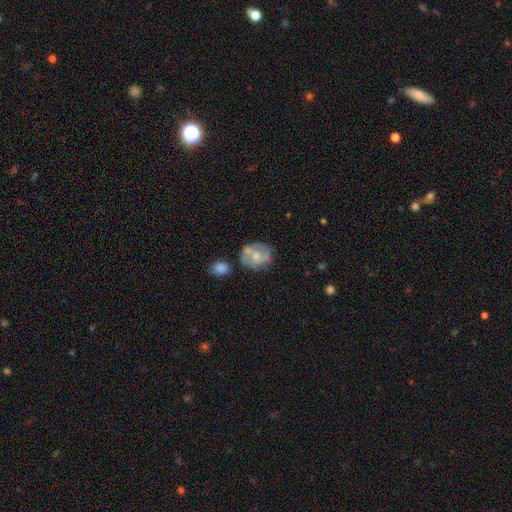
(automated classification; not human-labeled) smooth 47%, featured or disk 46%, star or artifact 7%. Down the decision tree: merging — none (53%).